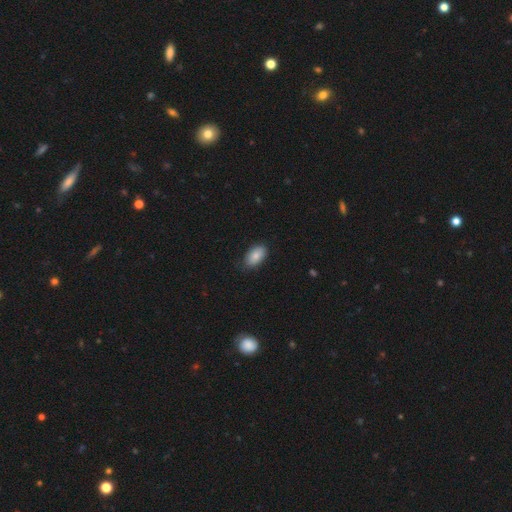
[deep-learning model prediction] This is clearly a smooth galaxy (86%). How rounded: clearly in between (93%). Merging: likely none (78%).